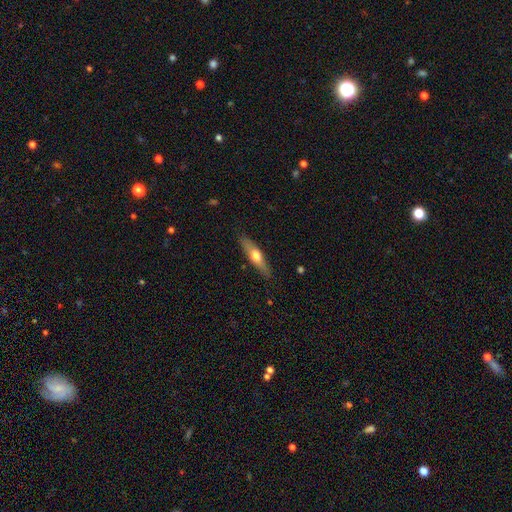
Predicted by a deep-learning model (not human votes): Q: Smooth or featured?
A: smooth (50%); runner-up: featured or disk (44%)
Q: How rounded?
A: cigar-shaped (73%); runner-up: in between (25%)
Q: Merging?
A: none (86%); runner-up: minor disturbance (11%)